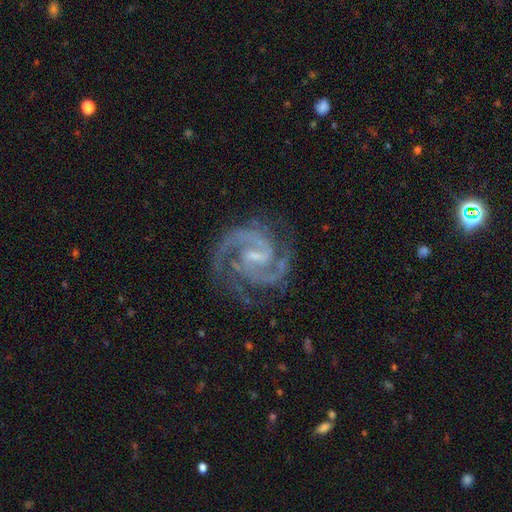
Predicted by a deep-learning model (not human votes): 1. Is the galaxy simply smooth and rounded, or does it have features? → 93% featured or disk, 4% star or artifact, 2% smooth.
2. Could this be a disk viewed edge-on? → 98% no, 2% yes.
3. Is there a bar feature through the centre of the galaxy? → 53% weak, 29% strong, 18% no.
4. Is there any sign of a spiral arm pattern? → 99% yes, 1% no.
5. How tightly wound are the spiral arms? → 52% medium, 42% tight, 5% loose.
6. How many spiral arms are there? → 81% 2, 11% 3, 3% can't tell, 2% 4, 2% 1, 2% more than 4.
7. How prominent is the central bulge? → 63% small, 21% moderate, 14% none, 1% large, 1% dominant.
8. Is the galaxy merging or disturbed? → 78% none, 15% minor disturbance, 6% major disturbance, 1% merger.